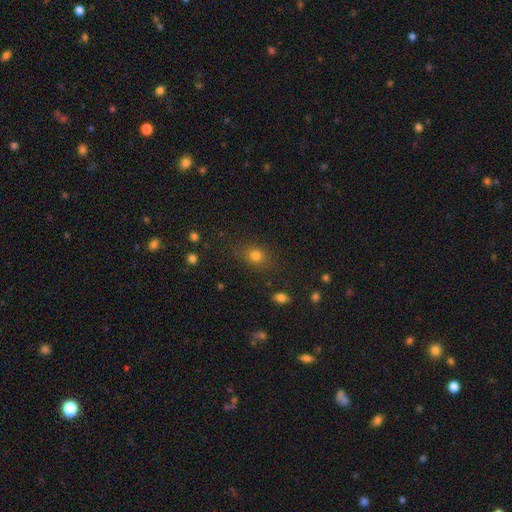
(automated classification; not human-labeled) Smooth or featured? smooth (77%)
How rounded? round (52%)
Merging? none (80%)